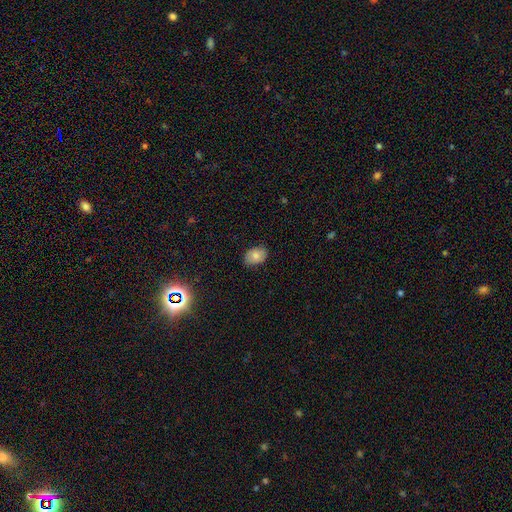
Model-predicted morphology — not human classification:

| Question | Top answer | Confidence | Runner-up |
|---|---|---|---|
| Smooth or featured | smooth | 78% | featured or disk (12%) |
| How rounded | in between | 80% | round (19%) |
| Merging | none | 83% | minor disturbance (14%) |